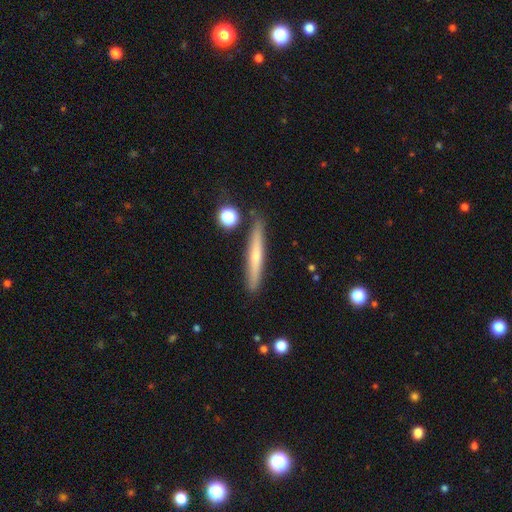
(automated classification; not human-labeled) Morphology: type=smooth (49%); merging=none (86%).